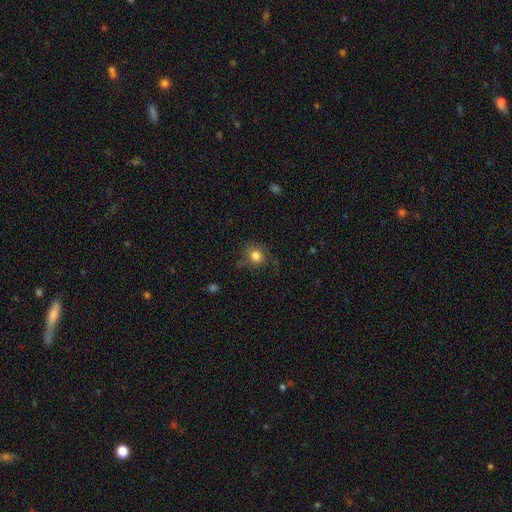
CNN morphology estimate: This is likely a smooth galaxy (80%). How rounded: likely round (76%). Merging: likely none (68%).